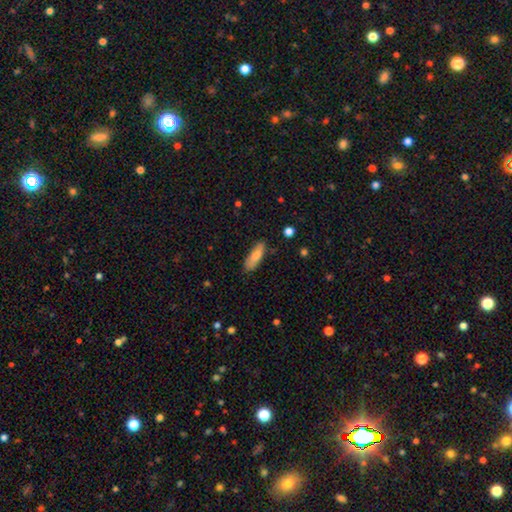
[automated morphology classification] smooth_or_featured: smooth (p=0.81) [alt: featured or disk p=0.13]
how_rounded: in between (p=0.52) [alt: cigar-shaped p=0.47]
merging: none (p=0.80) [alt: minor disturbance p=0.16]